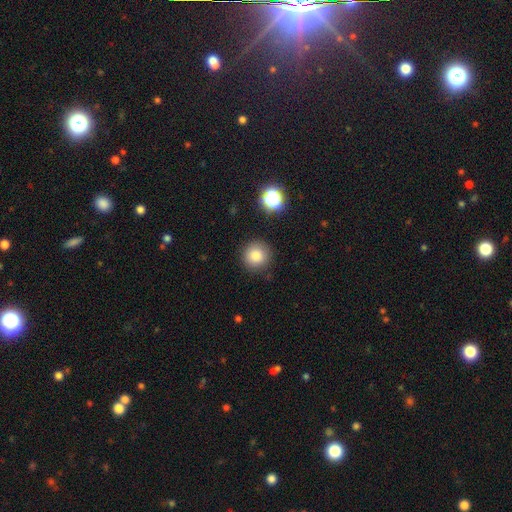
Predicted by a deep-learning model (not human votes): Q: Smooth or featured?
A: smooth (81%); runner-up: star or artifact (12%)
Q: How rounded?
A: round (95%); runner-up: in between (4%)
Q: Merging?
A: none (89%); runner-up: minor disturbance (7%)